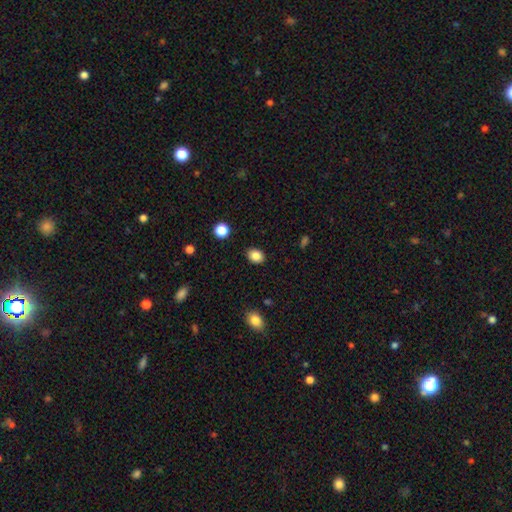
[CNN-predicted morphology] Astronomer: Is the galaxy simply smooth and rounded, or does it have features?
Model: smooth — 86%.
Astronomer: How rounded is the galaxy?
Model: in between — 54% (runner-up: round, 45%).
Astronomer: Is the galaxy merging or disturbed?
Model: none — 88%.